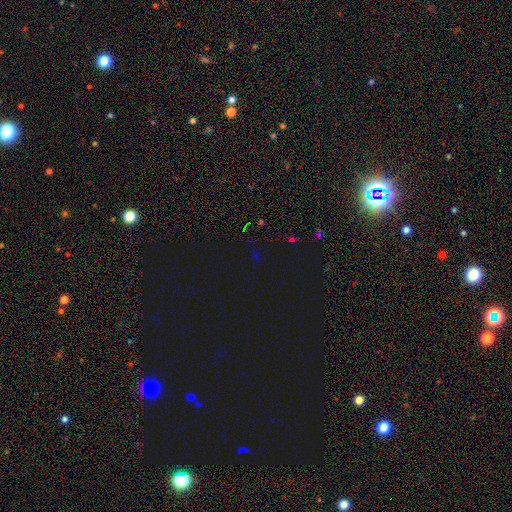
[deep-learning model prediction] smooth_or_featured: star or artifact (p=0.73) [alt: smooth p=0.19]